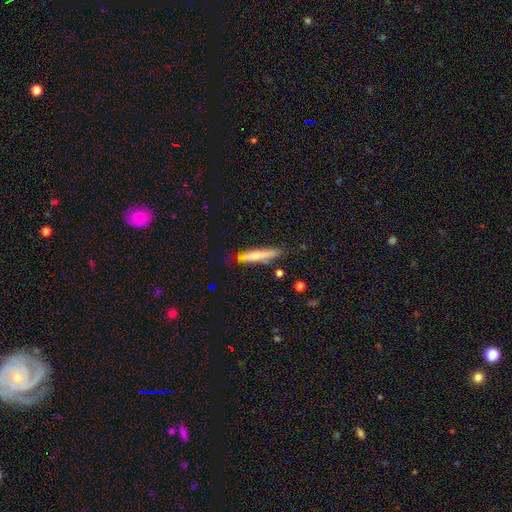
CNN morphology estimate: Q: Smooth or featured?
A: smooth (60%); runner-up: featured or disk (33%)
Q: How rounded?
A: cigar-shaped (85%); runner-up: in between (13%)
Q: Merging?
A: none (63%); runner-up: minor disturbance (24%)